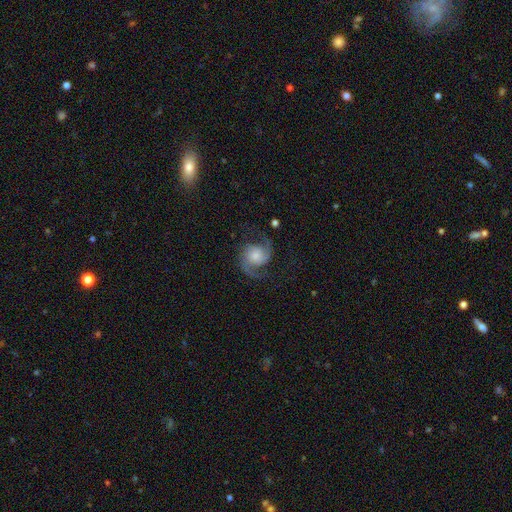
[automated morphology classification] A featured or disk galaxy (88%) with no bar (69%), 2 (93%) medium (53%) spiral arms (98%) and a moderate central bulge (33%). Merging: none (76%).